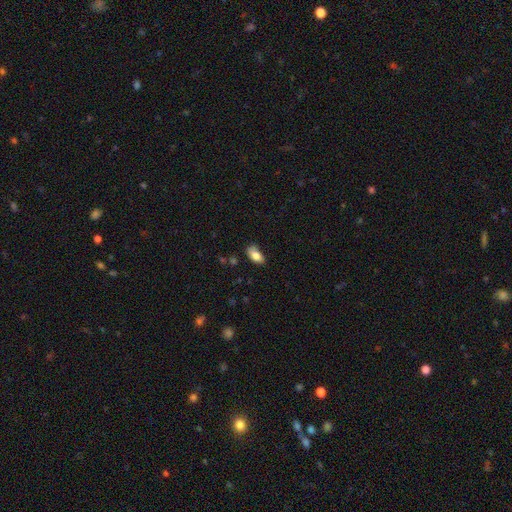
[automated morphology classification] Overall: smooth (82%). How rounded: in between (92%). Merging: none (62%; minor disturbance 28%).